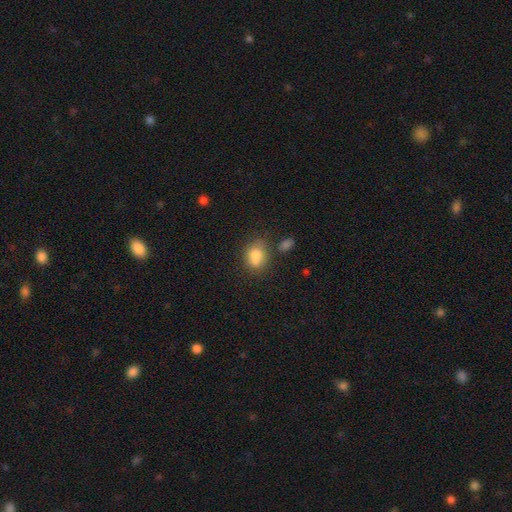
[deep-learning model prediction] smooth-or-featured: smooth: 78% | featured or disk: 12% | star or artifact: 10%
  how-rounded: in between: 59% | round: 40% | cigar-shaped: 1%
  merging: none: 51% | minor disturbance: 21% | merger: 20% | major disturbance: 7%